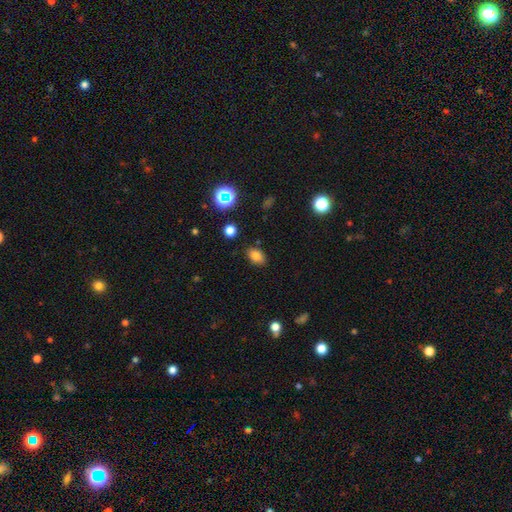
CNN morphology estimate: This is likely a smooth galaxy (80%). How rounded: clearly in between (83%). Merging: clearly none (84%).